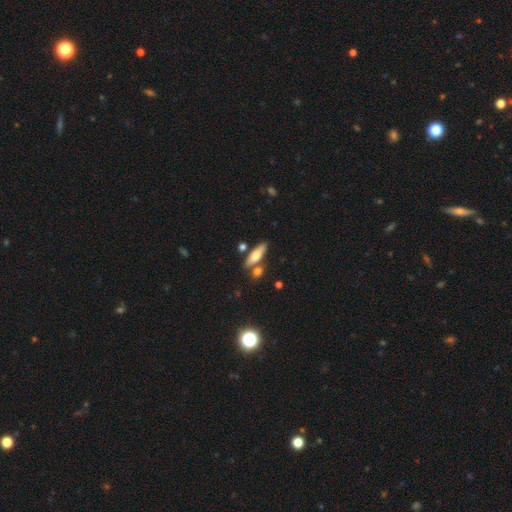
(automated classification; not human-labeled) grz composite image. It shows a smooth galaxy with no disk features (63%) that is cigar-shaped (52%). Merging: none (72%).